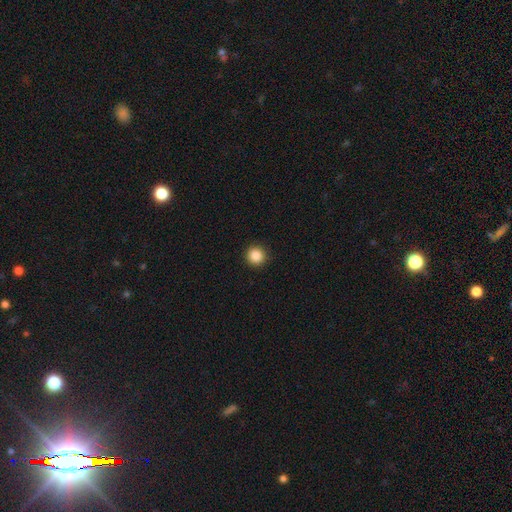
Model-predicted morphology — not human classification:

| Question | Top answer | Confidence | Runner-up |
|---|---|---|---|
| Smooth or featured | smooth | 87% | star or artifact (10%) |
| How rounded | round | 95% | in between (4%) |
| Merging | none | 92% | minor disturbance (5%) |